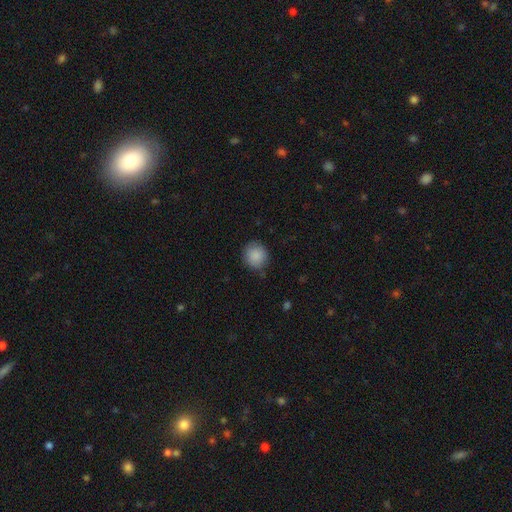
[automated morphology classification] Q: Smooth or featured?
A: smooth (89%); runner-up: star or artifact (8%)
Q: How rounded?
A: round (90%); runner-up: in between (9%)
Q: Merging?
A: none (83%); runner-up: minor disturbance (13%)